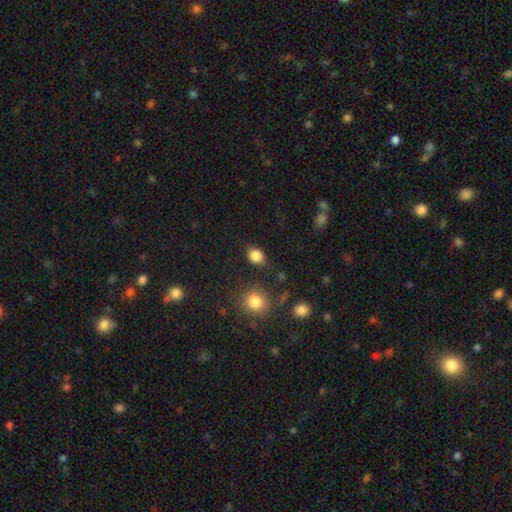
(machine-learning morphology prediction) smooth 85%, star or artifact 11%, featured or disk 5%. Down the decision tree: how rounded — in between (51%); merging — none (76%).